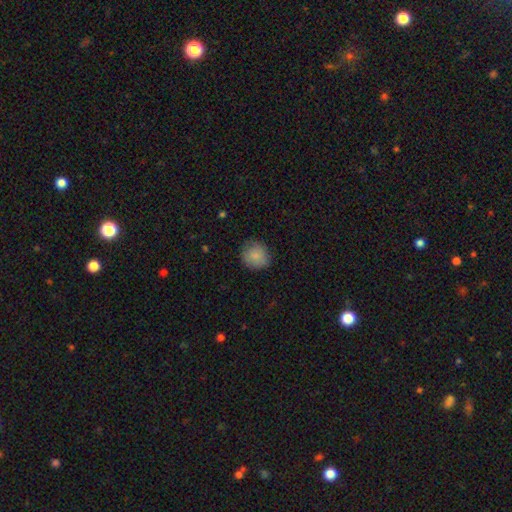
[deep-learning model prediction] Smooth or featured? smooth (84%)
How rounded? round (88%)
Merging? none (81%)